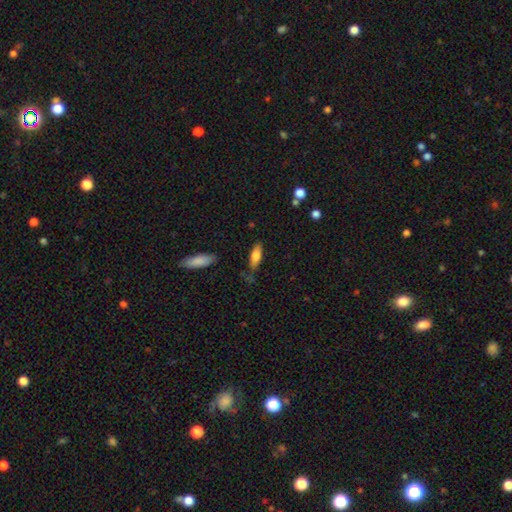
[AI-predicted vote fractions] smooth_or_featured: smooth (p=0.75) [alt: featured or disk p=0.18]
how_rounded: in between (p=0.61) [alt: cigar-shaped p=0.37]
merging: none (p=0.73) [alt: minor disturbance p=0.19]